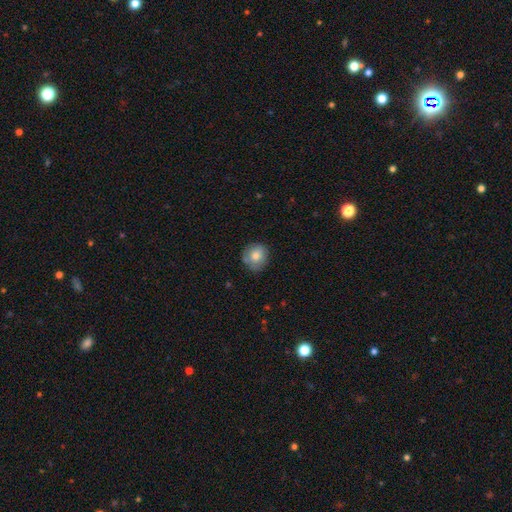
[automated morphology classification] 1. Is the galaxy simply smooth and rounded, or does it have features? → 78% smooth, 14% featured or disk, 8% star or artifact.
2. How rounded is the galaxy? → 86% round, 13% in between, 1% cigar-shaped.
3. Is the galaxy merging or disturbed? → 78% none, 17% minor disturbance, 3% major disturbance, 2% merger.